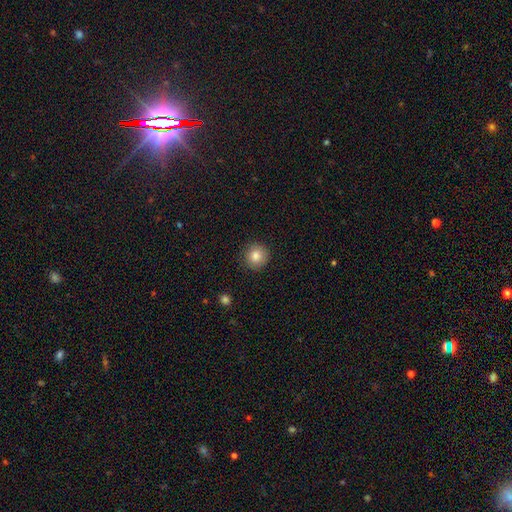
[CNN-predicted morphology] This is clearly a smooth galaxy (84%). How rounded: clearly round (93%). Merging: clearly none (89%).